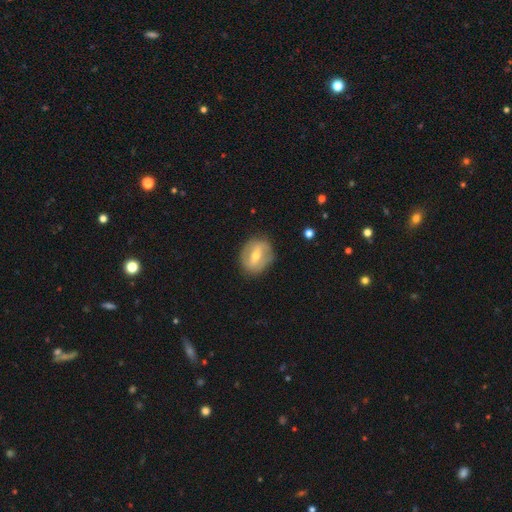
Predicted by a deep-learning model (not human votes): The model was most divided on "spiral arms" (2-way tie): yes: 50%, no: 50%. Remaining: edge-on disk — no (93%); merging — none (79%); smooth or featured — featured or disk (62%); bulge size — moderate (59%); bar — strong (48%).